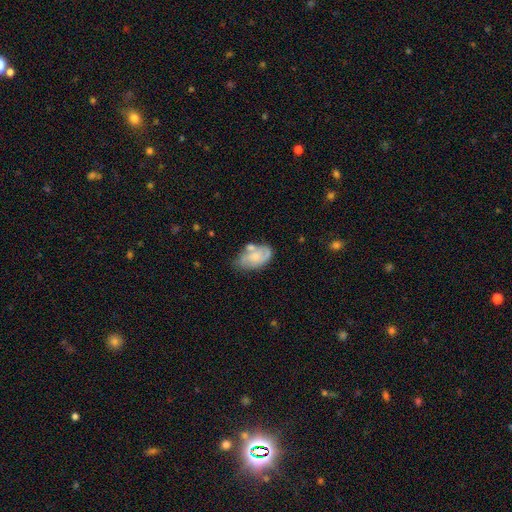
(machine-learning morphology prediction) Smooth or featured?
  - smooth: 48% *
  - featured or disk: 45%
  - star or artifact: 7%
Merging?
  - none: 41% *
  - minor disturbance: 28%
  - merger: 19%
  - major disturbance: 12%